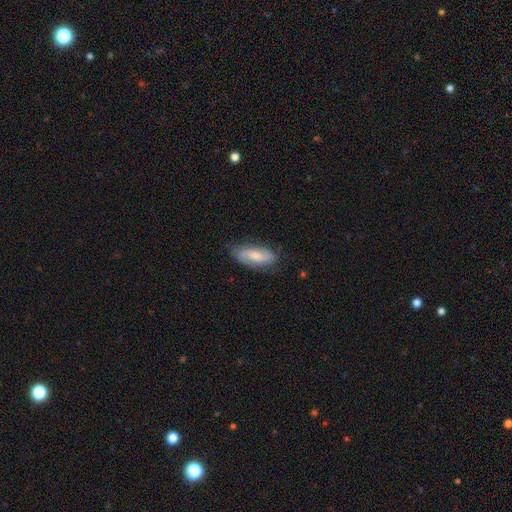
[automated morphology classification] This appears to be a smooth galaxy with no disk features (53%) that is in between round and cigar-shaped (74%). Merging: none (73%).